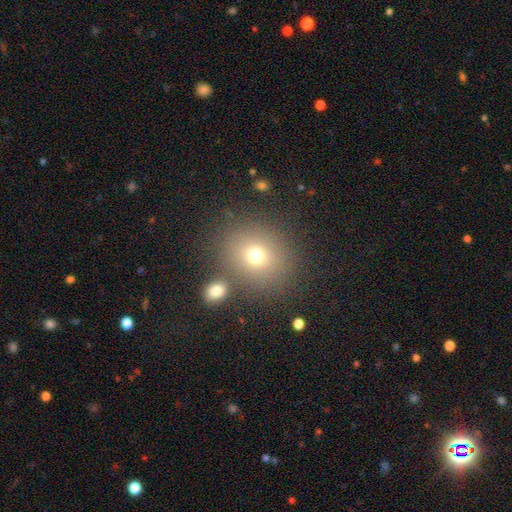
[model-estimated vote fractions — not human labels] Smooth or featured? smooth (71%)
How rounded? round (75%)
Merging? none (77%)